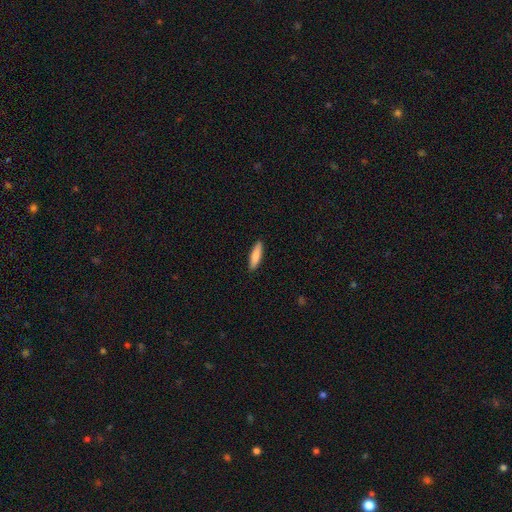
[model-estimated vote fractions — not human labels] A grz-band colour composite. It shows a smooth galaxy with no disk features (85%) that is cigar-shaped (68%). Merging: none (90%).